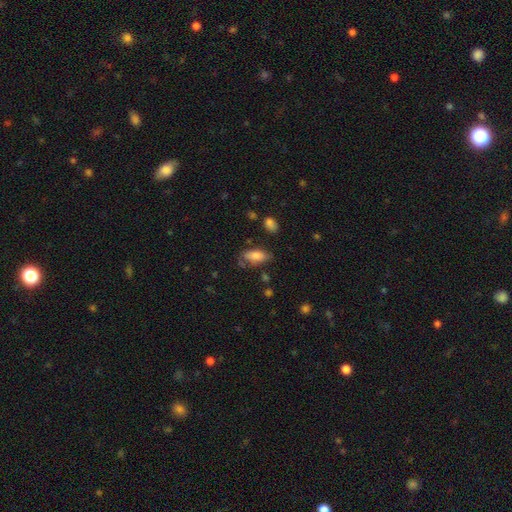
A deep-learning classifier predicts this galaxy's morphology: Smooth or featured? smooth (78%)
How rounded? in between (86%)
Merging? none (62%)